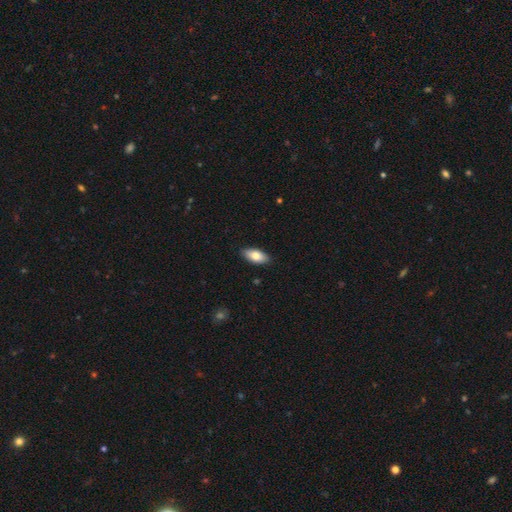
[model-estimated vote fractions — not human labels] Smooth or featured? Predicted: smooth (p=0.78). How rounded? Predicted: in between (p=0.88). Merging? Predicted: none (p=0.88).